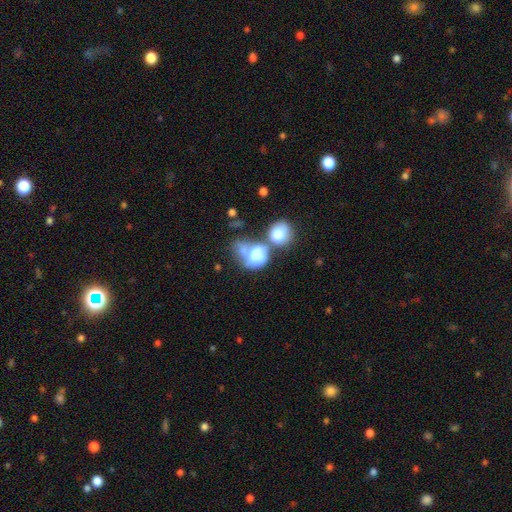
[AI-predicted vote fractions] Overall: smooth (67%). How rounded: in between (57%; round 42%). Merging: merger (60%).